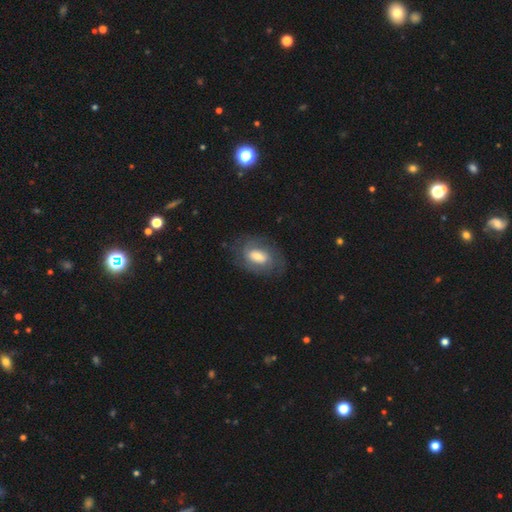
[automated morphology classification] smooth_or_featured: featured or disk (p=0.60) [alt: smooth p=0.33]
disk_edge_on: no (p=0.95) [alt: yes p=0.05]
bar: weak (p=0.43) [alt: no p=0.39]
has_spiral_arms: yes (p=0.78) [alt: no p=0.22]
bulge_size: moderate (p=0.49) [alt: small p=0.24]
merging: none (p=0.74) [alt: minor disturbance p=0.16]